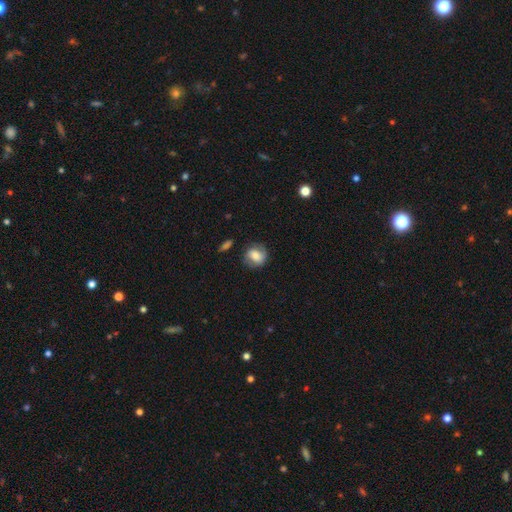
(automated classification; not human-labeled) smooth 64%, featured or disk 28%, star or artifact 8%. Down the decision tree: how rounded — round (66%); merging — none (72%).